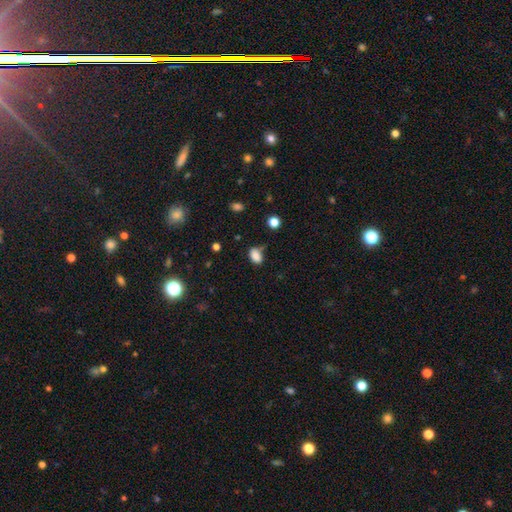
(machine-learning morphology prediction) smooth-or-featured: smooth: 84% | star or artifact: 11% | featured or disk: 5%
  how-rounded: in between: 85% | round: 14% | cigar-shaped: 2%
  merging: none: 57% | minor disturbance: 29% | major disturbance: 8% | merger: 6%